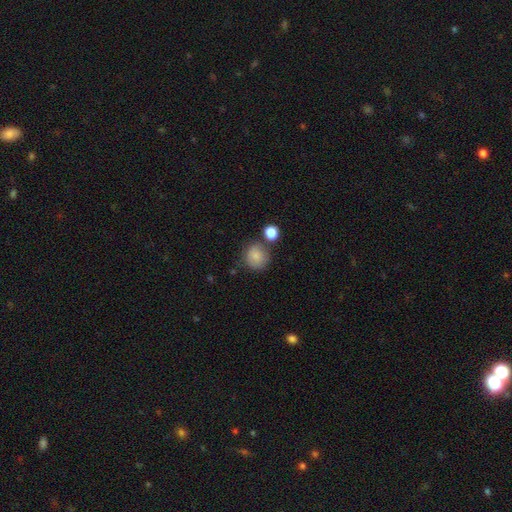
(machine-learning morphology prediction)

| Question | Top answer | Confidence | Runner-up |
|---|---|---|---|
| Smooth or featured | smooth | 82% | star or artifact (10%) |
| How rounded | round | 86% | in between (13%) |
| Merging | none | 70% | minor disturbance (16%) |